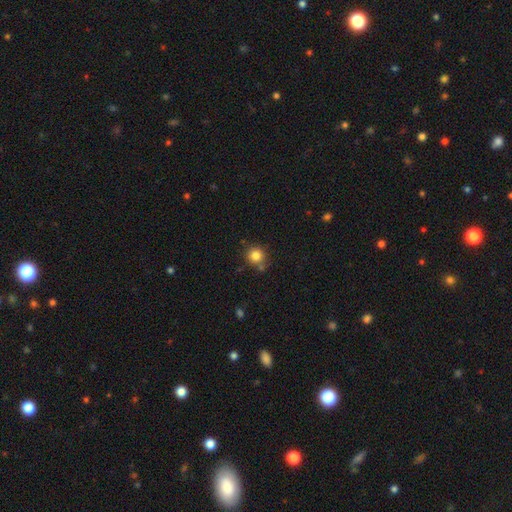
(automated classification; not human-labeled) Smooth or featured? Predicted: smooth (p=0.83). How rounded? Predicted: round (p=0.91). Merging? Predicted: none (p=0.76).